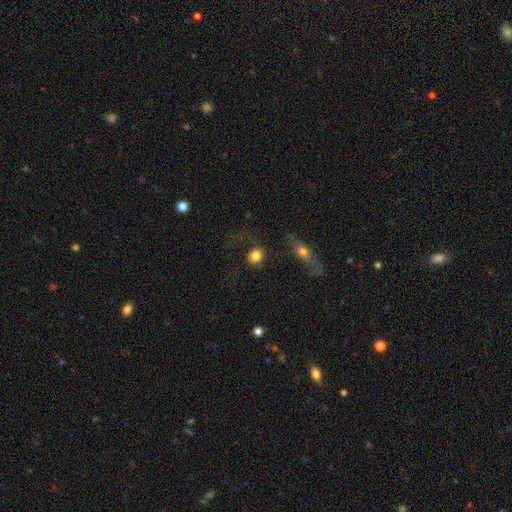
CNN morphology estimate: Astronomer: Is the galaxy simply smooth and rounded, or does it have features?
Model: smooth — 79%.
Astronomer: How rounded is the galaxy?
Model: round — 80%.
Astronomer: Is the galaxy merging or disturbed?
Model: none — 56%.